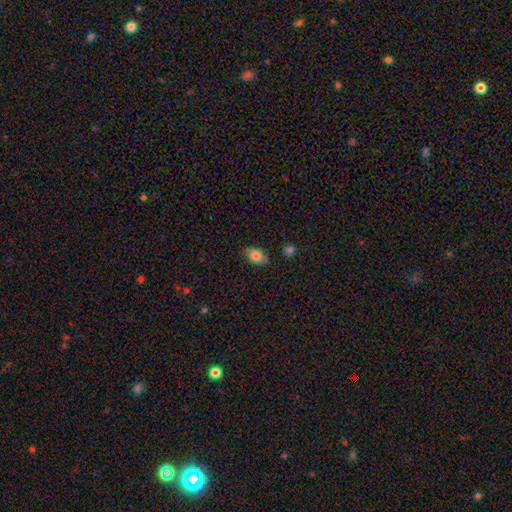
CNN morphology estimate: Smooth or featured: smooth — 83% (featured or disk — 9%)
How rounded: in between — 85% (round — 13%)
Merging: none — 82% (minor disturbance — 14%)